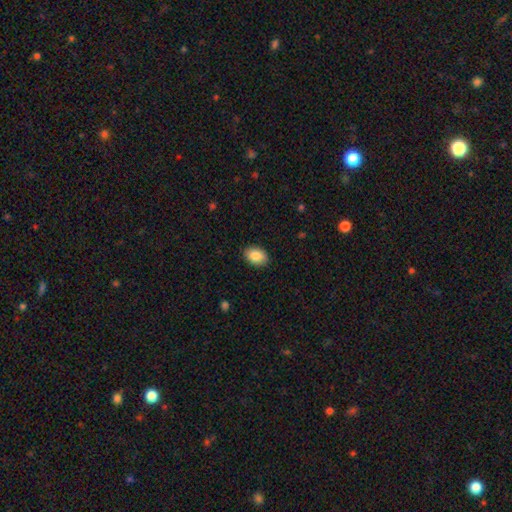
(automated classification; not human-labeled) smooth 88%, star or artifact 7%, featured or disk 5%. Down the decision tree: how rounded — in between (82%); merging — none (89%).